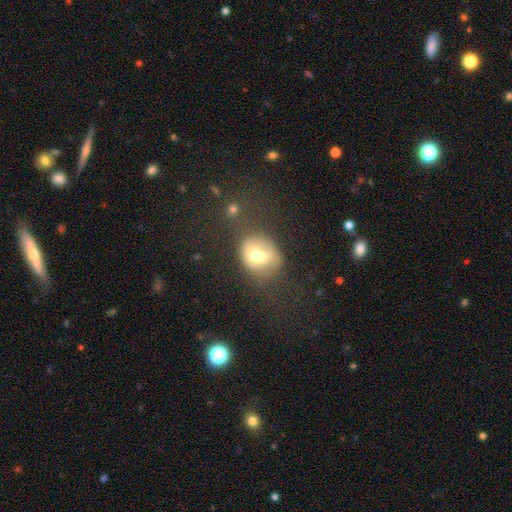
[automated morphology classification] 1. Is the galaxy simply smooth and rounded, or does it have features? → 60% smooth, 28% featured or disk, 12% star or artifact.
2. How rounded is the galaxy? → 58% round, 41% in between, 1% cigar-shaped.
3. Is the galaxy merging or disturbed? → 45% merger, 28% none, 16% minor disturbance, 12% major disturbance.